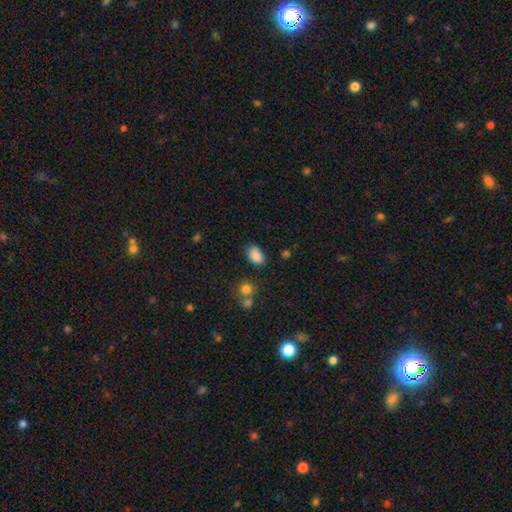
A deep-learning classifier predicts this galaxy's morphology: A smooth galaxy with no disk features (86%) that is in between round and cigar-shaped (87%). Merging: none (71%).